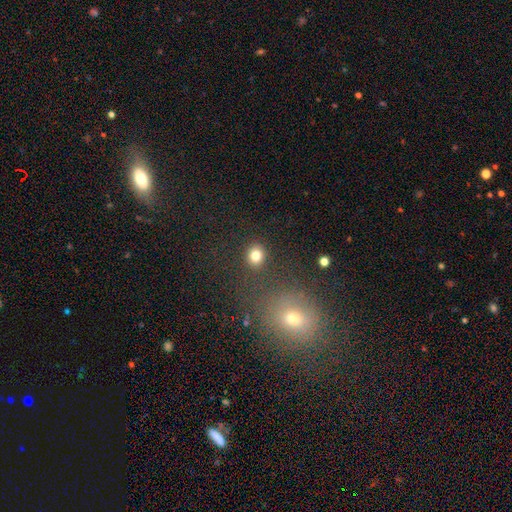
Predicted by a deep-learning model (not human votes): smooth 81%, star or artifact 13%, featured or disk 6%. Down the decision tree: how rounded — round (75%); merging — none (86%).